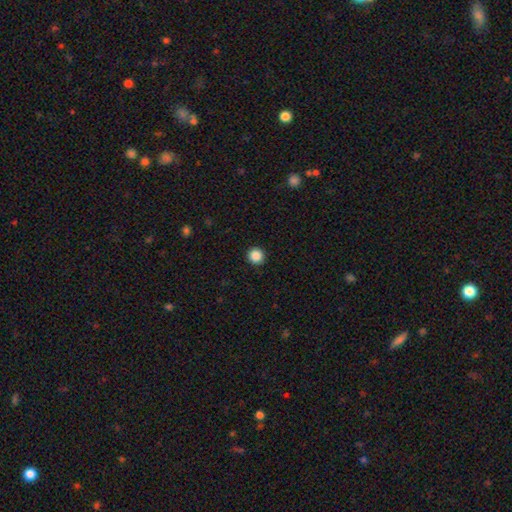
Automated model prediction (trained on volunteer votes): Q: Smooth or featured?
A: smooth (88%); runner-up: star or artifact (10%)
Q: How rounded?
A: round (95%); runner-up: in between (4%)
Q: Merging?
A: none (93%); runner-up: minor disturbance (4%)